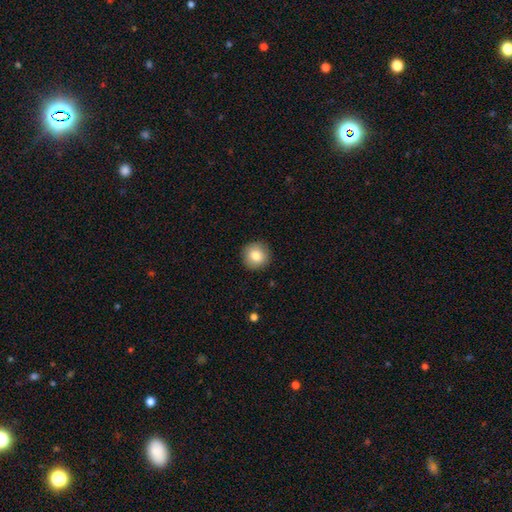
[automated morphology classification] Smooth or featured? smooth (82%)
How rounded? round (95%)
Merging? none (91%)